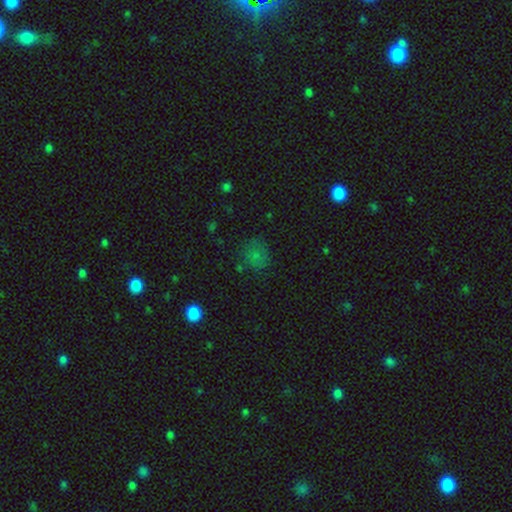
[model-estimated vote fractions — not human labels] This appears to be a smooth galaxy with no disk features (69%) that is round (76%). Merging: none (68%).